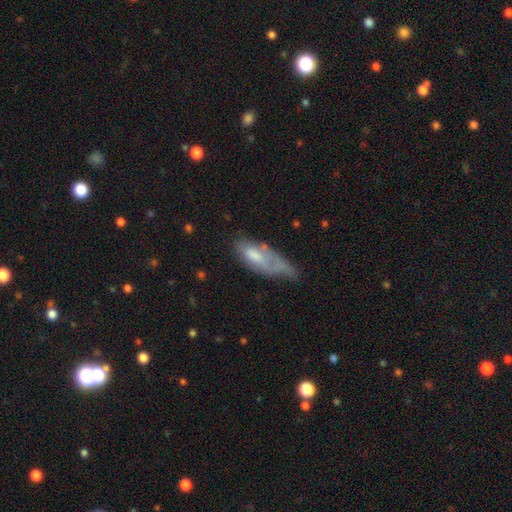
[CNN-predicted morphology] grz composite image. It shows a smooth galaxy with no disk features (57%) that is in between round and cigar-shaped (68%). Merging: minor disturbance (35%).